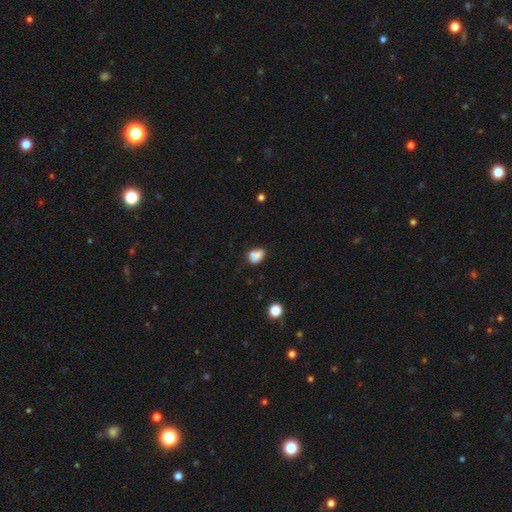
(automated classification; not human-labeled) A smooth galaxy with no disk features (73%) that is in between round and cigar-shaped (70%).

Vote fractions:
- Smooth or featured? smooth: 73% / featured or disk: 17% / star or artifact: 10%
- How rounded? in between: 70% / round: 29% / cigar-shaped: 2%
- Merging? none: 39% / merger: 36% / minor disturbance: 18% / major disturbance: 7%